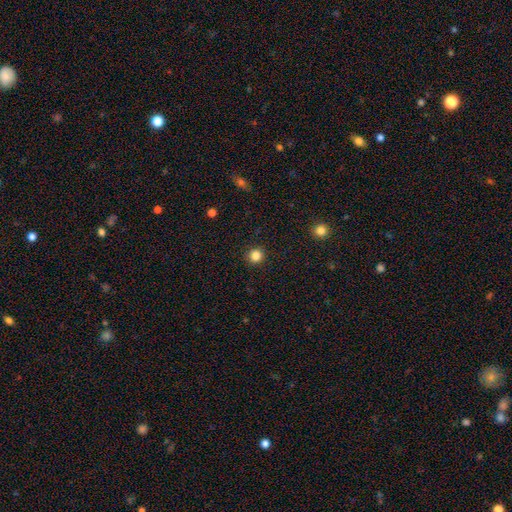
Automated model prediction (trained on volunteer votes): Overall: smooth (84%). How rounded: round (92%). Merging: none (92%).